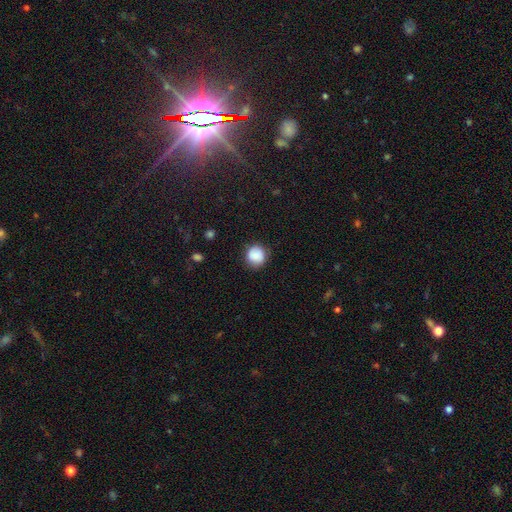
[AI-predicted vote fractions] Morphology: type=smooth (82%); roundness=round (91%); merging=none (82%).